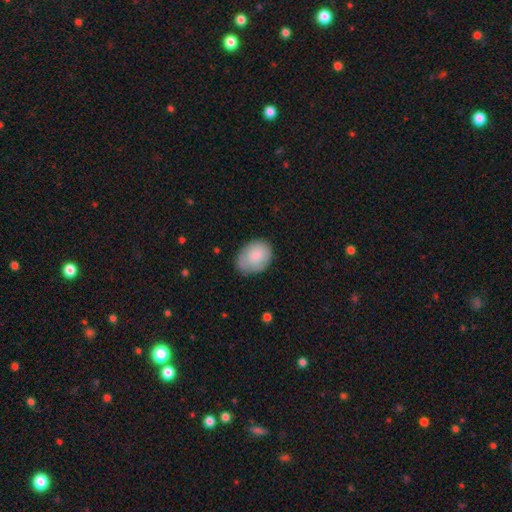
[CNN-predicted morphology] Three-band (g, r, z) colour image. It shows a smooth galaxy with no disk features (81%) that is in between round and cigar-shaped (69%). Merging: none (68%).